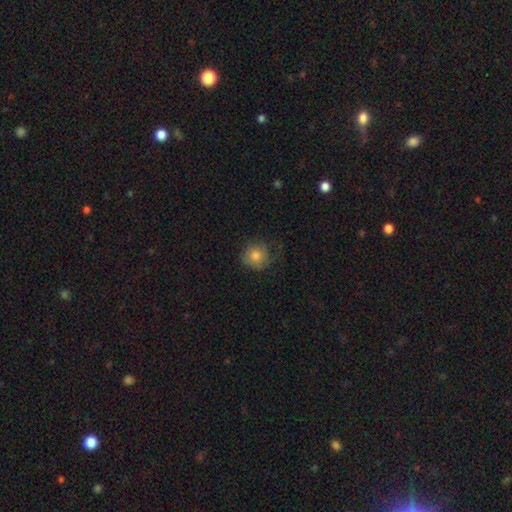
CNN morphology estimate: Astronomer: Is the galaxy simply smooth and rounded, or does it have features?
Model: smooth — 77%.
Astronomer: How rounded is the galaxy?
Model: round — 88%.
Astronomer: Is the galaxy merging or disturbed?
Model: none — 66%.